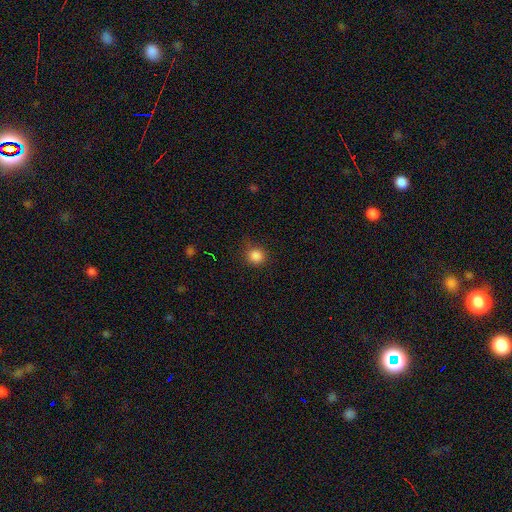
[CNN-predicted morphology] This is clearly a smooth galaxy (85%). How rounded: clearly round (89%). Merging: clearly none (81%).